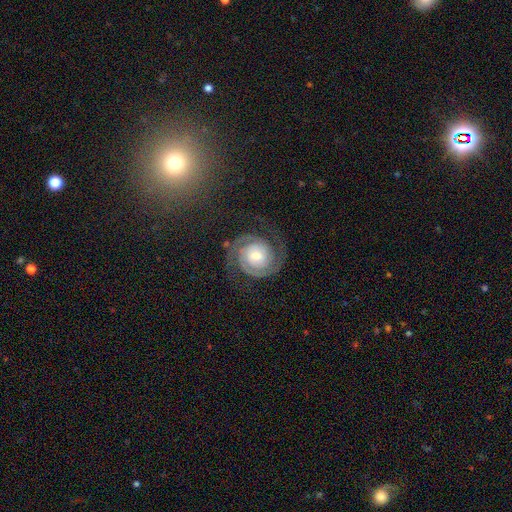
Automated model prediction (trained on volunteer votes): Morphology: type=featured or disk (87%); edge-on=no (98%); bar=no (68%); spiral arms=yes (98%); winding=tight (64%); arm count=2 (88%); bulge=moderate (56%); merging=none (77%).